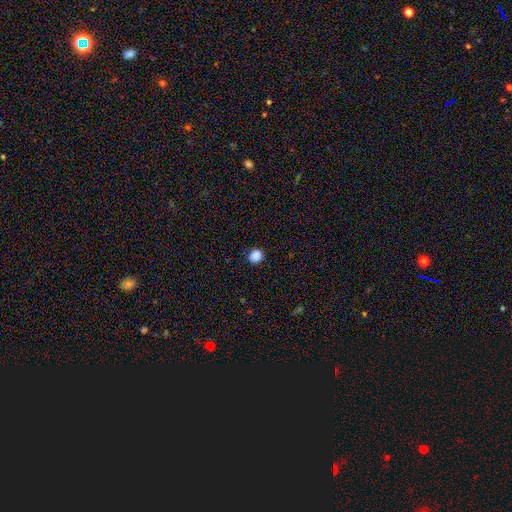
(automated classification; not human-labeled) Smooth or featured: smooth — 87% (star or artifact — 11%)
How rounded: round — 89% (in between — 10%)
Merging: none — 88% (minor disturbance — 9%)